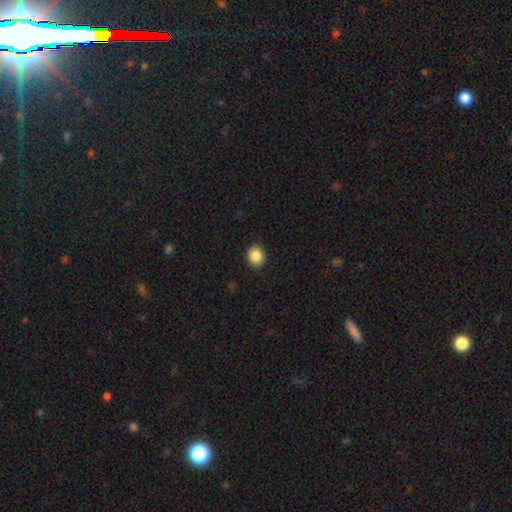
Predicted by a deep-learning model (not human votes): Smooth or featured?
  - smooth: 88% *
  - star or artifact: 9%
  - featured or disk: 3%
How rounded?
  - round: 64% *
  - in between: 35%
  - cigar-shaped: 1%
Merging?
  - none: 89% *
  - minor disturbance: 8%
  - major disturbance: 2%
  - merger: 1%